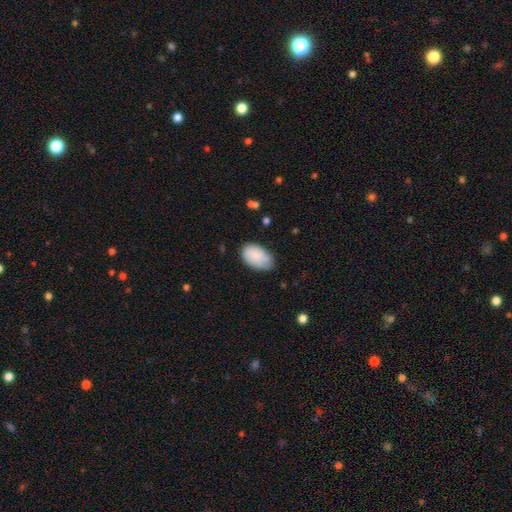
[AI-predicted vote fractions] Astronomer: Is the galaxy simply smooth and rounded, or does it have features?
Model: smooth — 87%.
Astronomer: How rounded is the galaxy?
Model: in between — 93%.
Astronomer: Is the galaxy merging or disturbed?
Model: none — 67%.